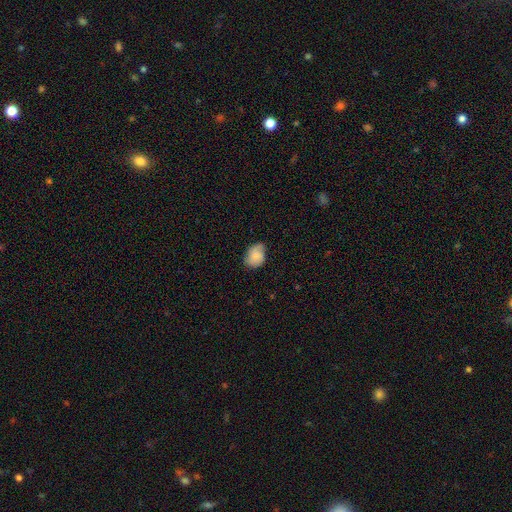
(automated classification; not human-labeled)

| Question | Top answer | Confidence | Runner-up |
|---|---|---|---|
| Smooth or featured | smooth | 73% | featured or disk (19%) |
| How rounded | in between | 60% | round (39%) |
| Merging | none | 59% | minor disturbance (32%) |